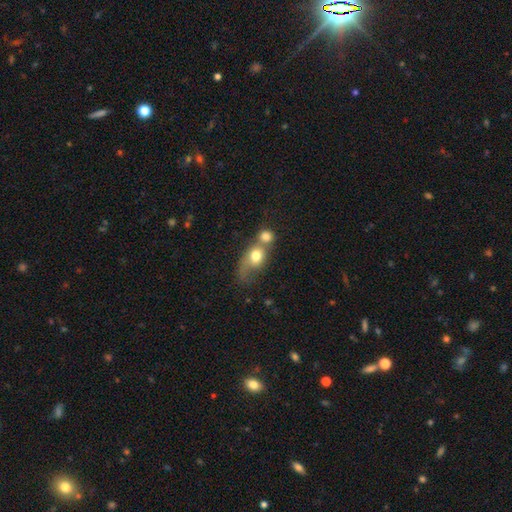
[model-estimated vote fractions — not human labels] Smooth or featured? smooth (70%)
How rounded? round (52%)
Merging? merger (66%)